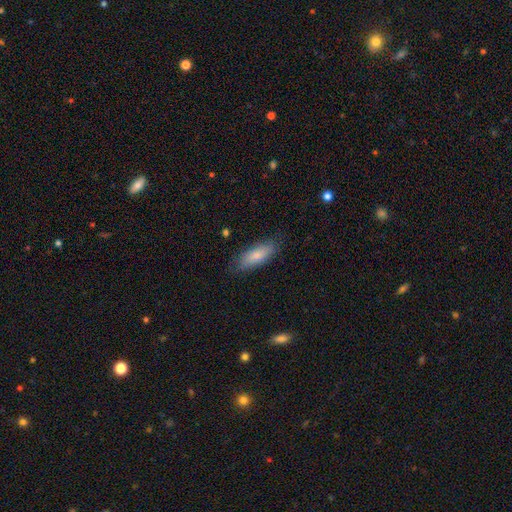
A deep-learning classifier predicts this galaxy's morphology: smooth-or-featured: smooth: 79% | featured or disk: 15% | star or artifact: 6%
  how-rounded: in between: 66% | cigar-shaped: 32% | round: 2%
  merging: none: 81% | minor disturbance: 14% | major disturbance: 3% | merger: 1%